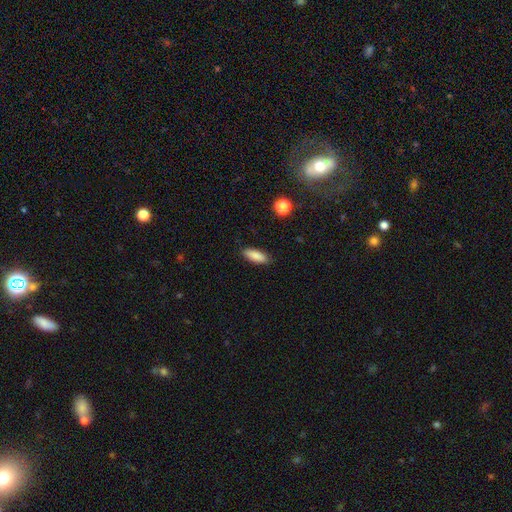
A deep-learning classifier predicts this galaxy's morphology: Smooth or featured? Predicted: smooth (p=0.87). How rounded? Predicted: in between (p=0.66). Merging? Predicted: none (p=0.88).